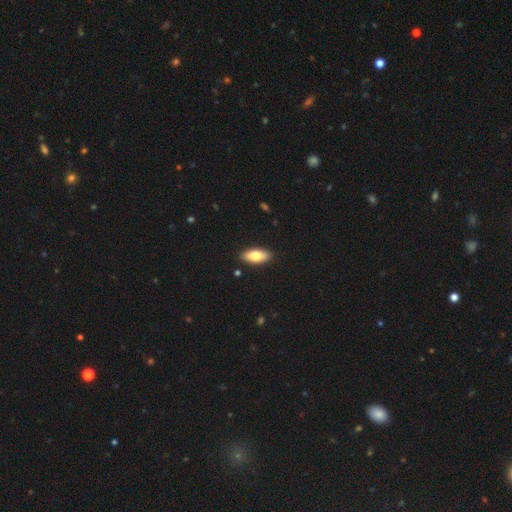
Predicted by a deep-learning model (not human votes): smooth 77%, featured or disk 17%, star or artifact 6%. Down the decision tree: how rounded — in between (84%); merging — none (90%).